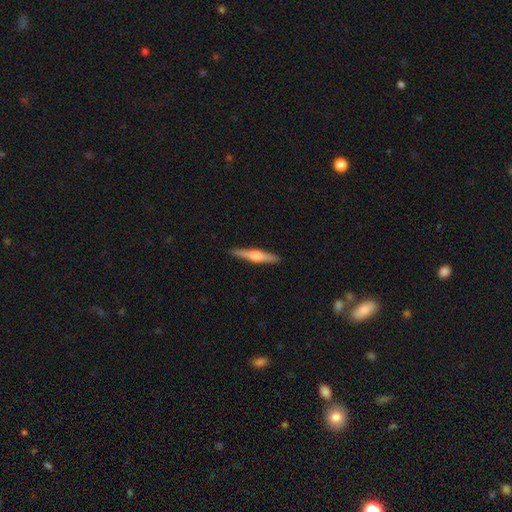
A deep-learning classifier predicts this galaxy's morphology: Smooth or featured? Predicted: featured or disk (p=0.65). Edge-on disk? Predicted: yes (p=0.98). Edge-on bulge? Predicted: rounded (p=0.89). Merging? Predicted: none (p=0.91).